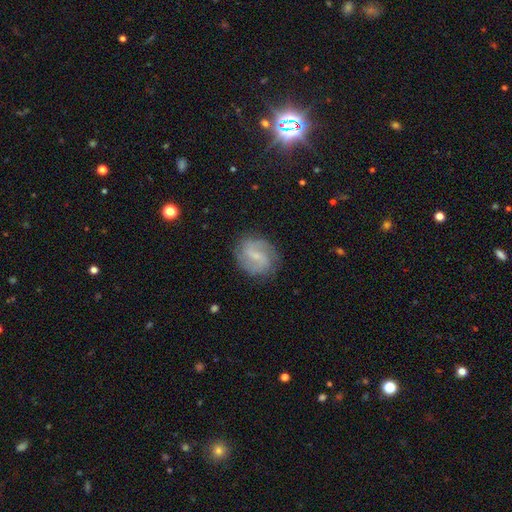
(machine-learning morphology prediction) Overall: featured or disk (77%). Edge-on disk: no (98%). Bar: weak (57%; no 23%). Spiral arms: yes (94%). Spiral arm count: 2 (87%). Spiral winding: medium (48%; loose 29%). Bulge size: small (61%). Merging: none (82%).